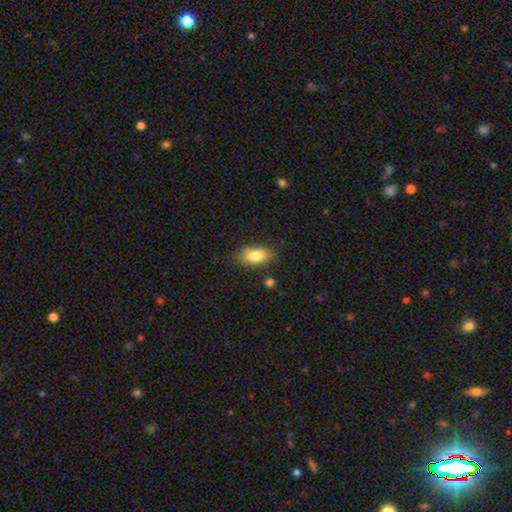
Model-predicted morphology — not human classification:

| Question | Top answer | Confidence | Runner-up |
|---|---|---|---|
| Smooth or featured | smooth | 82% | featured or disk (11%) |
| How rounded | in between | 88% | cigar-shaped (6%) |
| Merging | none | 79% | minor disturbance (15%) |